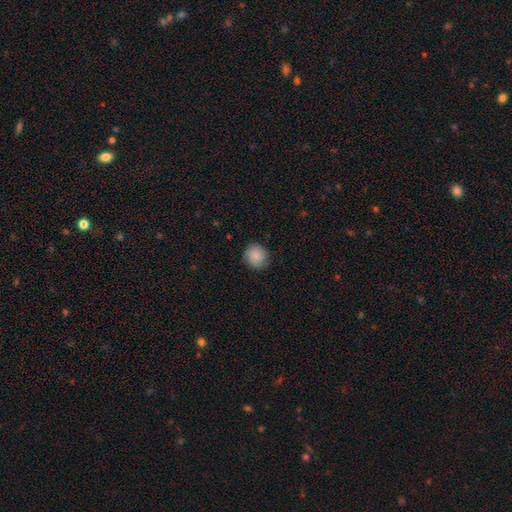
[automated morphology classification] A smooth galaxy with no disk features (83%) that is round (91%). Merging: none (86%).